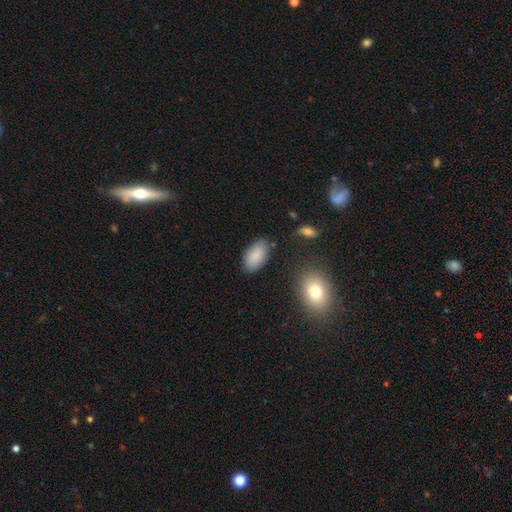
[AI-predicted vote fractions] This appears to be a smooth galaxy with no disk features (86%) that is in between round and cigar-shaped (94%). Merging: none (81%).